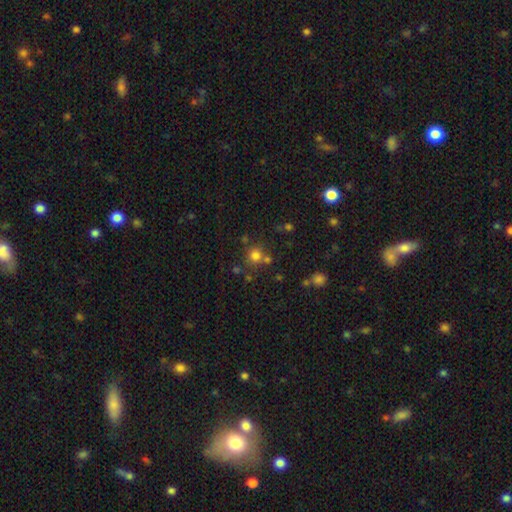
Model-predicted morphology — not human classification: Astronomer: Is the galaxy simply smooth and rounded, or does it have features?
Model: smooth — 75%.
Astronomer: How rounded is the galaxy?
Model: round — 89%.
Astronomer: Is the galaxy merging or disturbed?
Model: none — 69%.